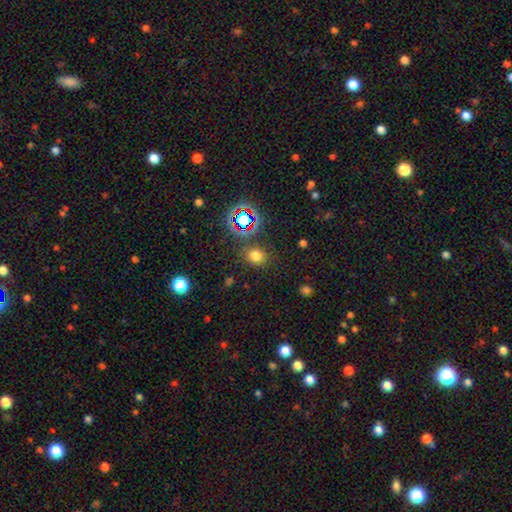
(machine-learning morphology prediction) Q: Smooth or featured?
A: smooth (69%); runner-up: star or artifact (25%)
Q: How rounded?
A: round (67%); runner-up: in between (32%)
Q: Merging?
A: none (82%); runner-up: minor disturbance (10%)